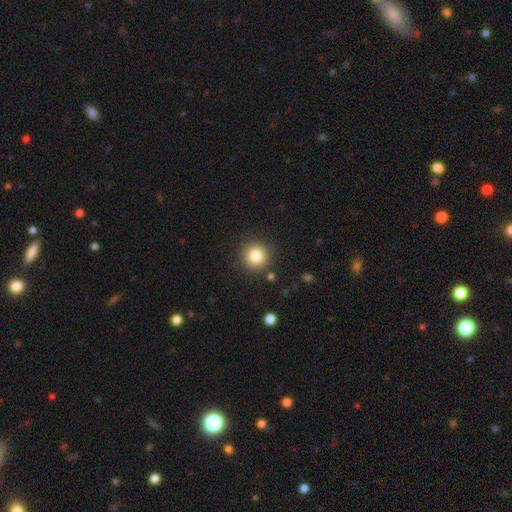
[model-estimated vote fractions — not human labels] This appears to be a smooth galaxy with no disk features (82%) that is round (94%). Merging: none (88%).